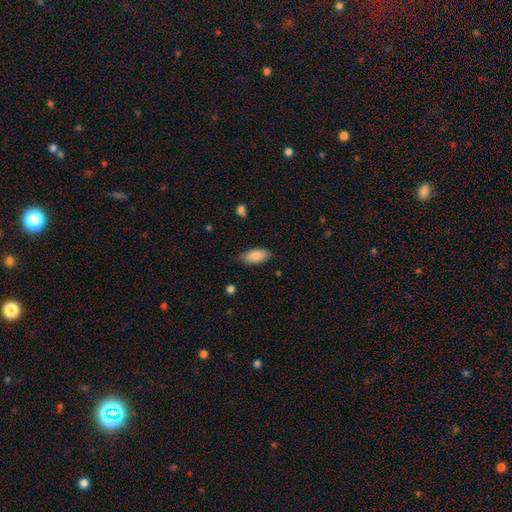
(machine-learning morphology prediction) smooth-or-featured: smooth: 85% | featured or disk: 8% | star or artifact: 6%
  how-rounded: in between: 91% | cigar-shaped: 7% | round: 2%
  merging: none: 79% | minor disturbance: 17% | major disturbance: 3% | merger: 1%